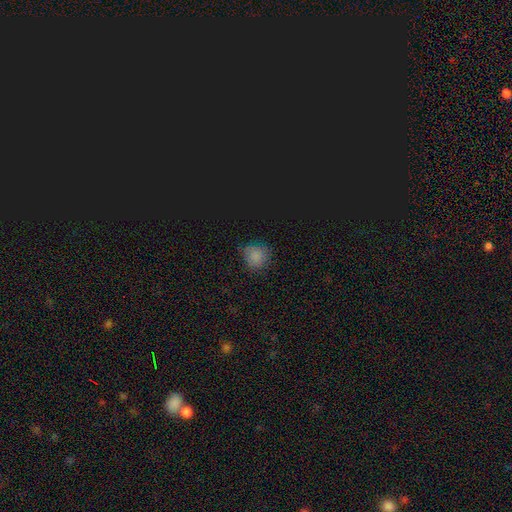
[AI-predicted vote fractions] Smooth or featured: smooth — 70% (star or artifact — 23%)
How rounded: round — 87% (in between — 12%)
Merging: none — 75% (minor disturbance — 19%)